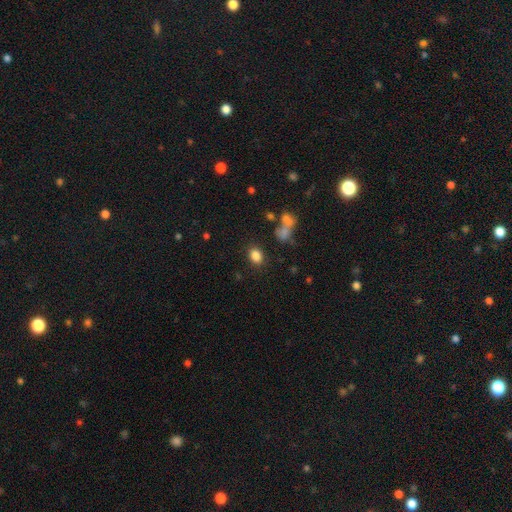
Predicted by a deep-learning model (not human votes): Smooth or featured?
  - smooth: 83% *
  - star or artifact: 11%
  - featured or disk: 6%
How rounded?
  - in between: 68% *
  - round: 31%
  - cigar-shaped: 1%
Merging?
  - none: 81% *
  - minor disturbance: 10%
  - major disturbance: 4%
  - merger: 4%